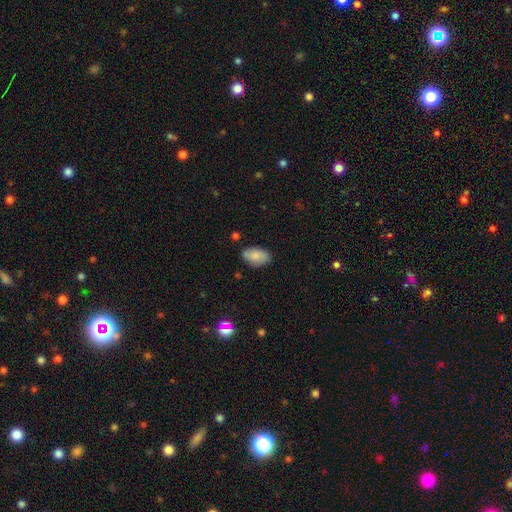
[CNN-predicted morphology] Smooth or featured: smooth — 82% (featured or disk — 10%)
How rounded: in between — 93% (round — 5%)
Merging: none — 76% (minor disturbance — 18%)